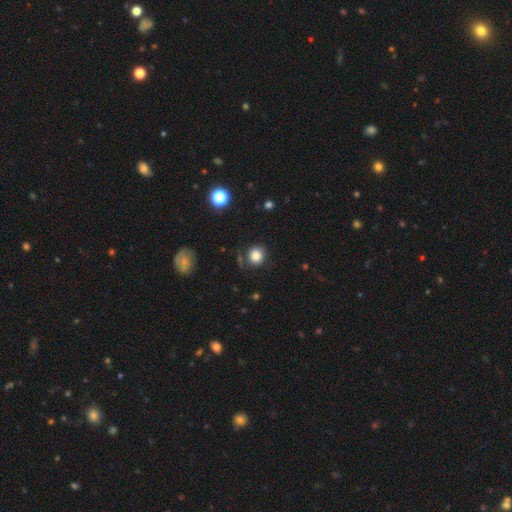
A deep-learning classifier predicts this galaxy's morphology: Smooth or featured: smooth — 83% (star or artifact — 11%)
How rounded: round — 86% (in between — 13%)
Merging: none — 80% (minor disturbance — 13%)